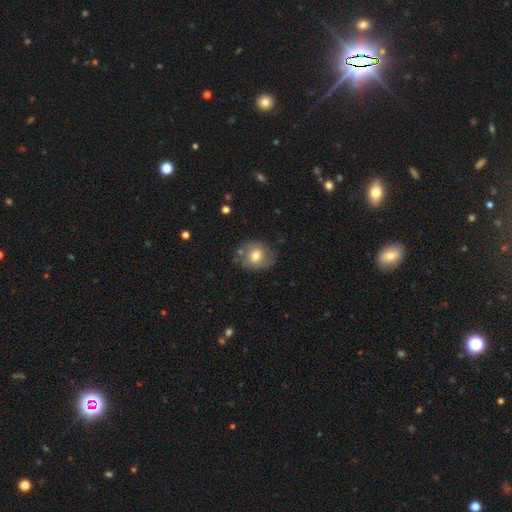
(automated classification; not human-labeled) Smooth or featured?
  - smooth: 71% *
  - featured or disk: 20%
  - star or artifact: 8%
How rounded?
  - round: 70% *
  - in between: 29%
  - cigar-shaped: 1%
Merging?
  - none: 72% *
  - minor disturbance: 19%
  - major disturbance: 6%
  - merger: 4%